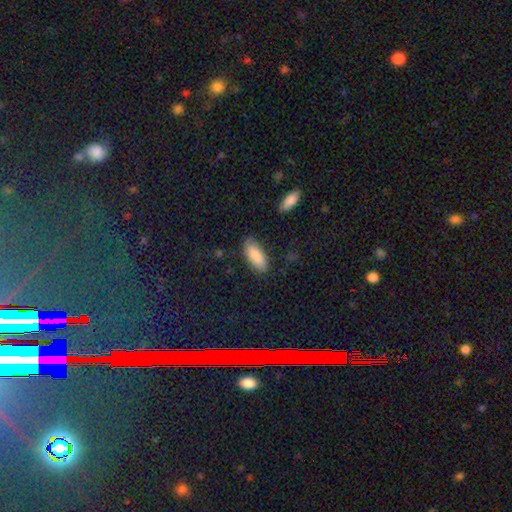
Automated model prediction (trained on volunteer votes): smooth 87%, featured or disk 7%, star or artifact 6%. Down the decision tree: how rounded — in between (79%); merging — none (83%).